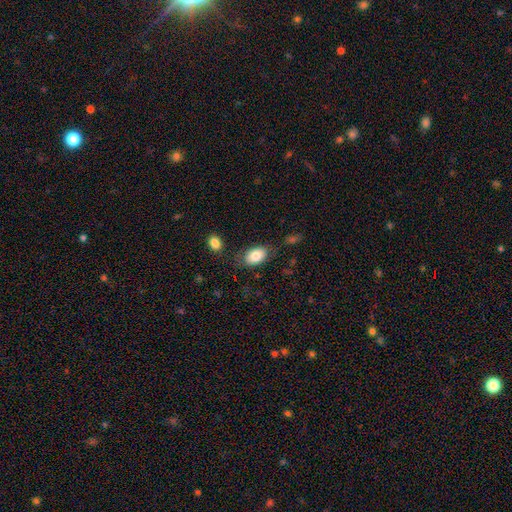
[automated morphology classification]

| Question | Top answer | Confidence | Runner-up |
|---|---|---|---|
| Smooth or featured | smooth | 81% | featured or disk (12%) |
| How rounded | in between | 91% | round (8%) |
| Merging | none | 74% | minor disturbance (17%) |